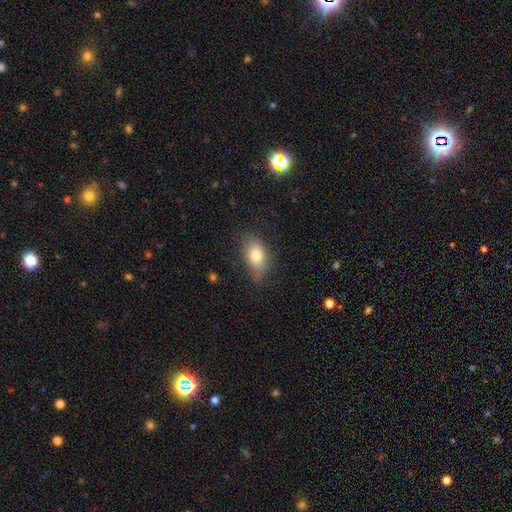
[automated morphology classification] A smooth galaxy with no disk features (77%) that is in between round and cigar-shaped (86%). Merging: none (64%).